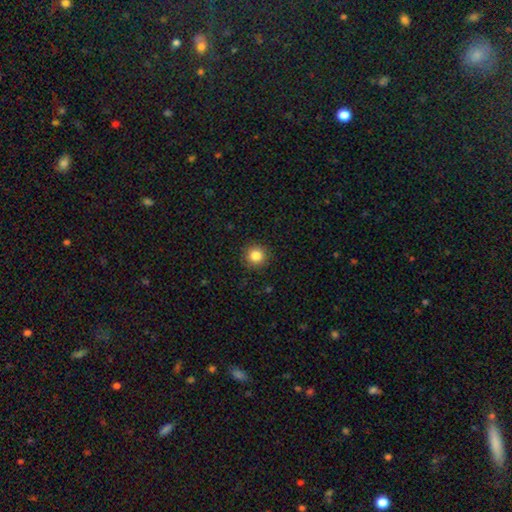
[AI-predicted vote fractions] Smooth or featured? Predicted: smooth (p=0.85). How rounded? Predicted: round (p=0.94). Merging? Predicted: none (p=0.91).